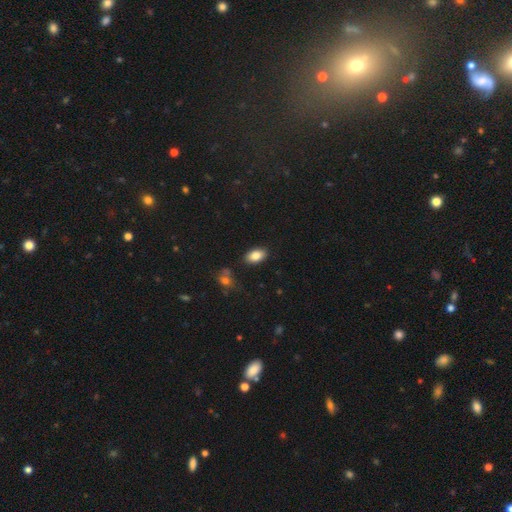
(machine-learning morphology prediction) A smooth galaxy with no disk features (84%) that is in between round and cigar-shaped (92%).

Vote fractions:
- Smooth or featured? smooth: 84% / star or artifact: 8% / featured or disk: 8%
- How rounded? in between: 92% / round: 6% / cigar-shaped: 2%
- Merging? none: 86% / minor disturbance: 10% / merger: 2% / major disturbance: 2%